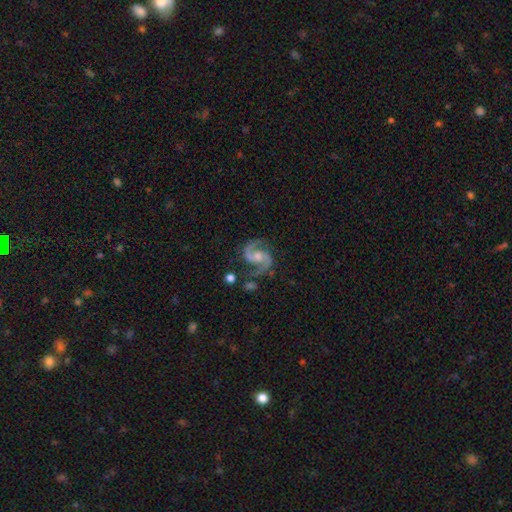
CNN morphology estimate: The model was most divided on "bar": no: 48%, weak: 38%, strong: 13%. Remaining: spiral arms — yes (99%); edge-on disk — no (98%); spiral arm count — 2 (94%); smooth or featured — featured or disk (92%); merging — none (77%); spiral winding — medium (67%); bulge size — moderate (50%).